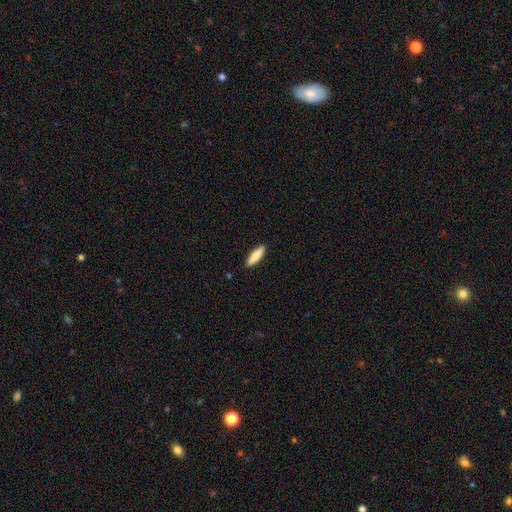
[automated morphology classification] smooth-or-featured: smooth: 81% | featured or disk: 13% | star or artifact: 5%
  how-rounded: cigar-shaped: 70% | in between: 29% | round: 2%
  merging: none: 91% | minor disturbance: 7% | major disturbance: 2% | merger: 1%